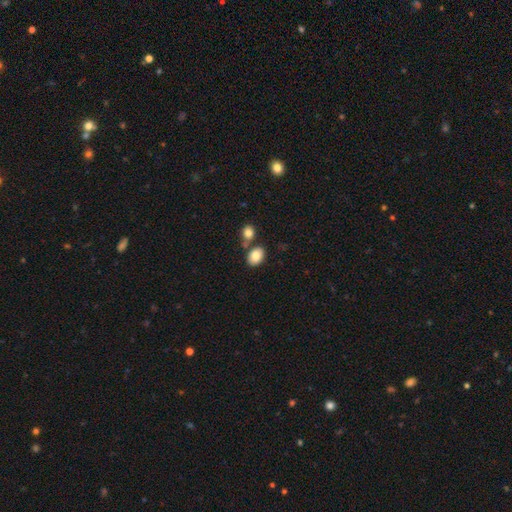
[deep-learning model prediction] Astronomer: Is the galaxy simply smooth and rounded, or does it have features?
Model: smooth — 85%.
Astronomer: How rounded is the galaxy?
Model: in between — 76%.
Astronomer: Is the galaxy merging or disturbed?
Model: none — 61%.